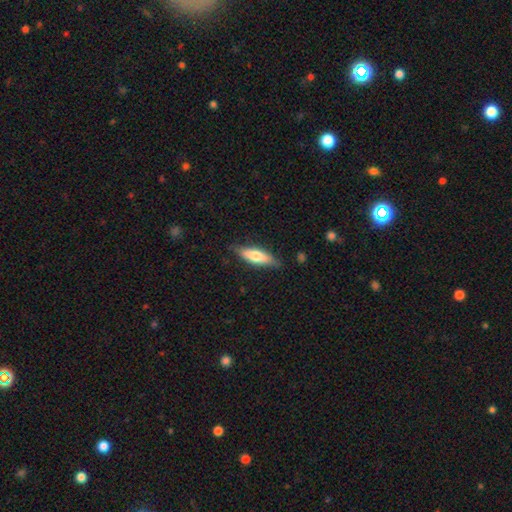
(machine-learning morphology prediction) Smooth or featured? smooth (64%)
How rounded? cigar-shaped (52%)
Merging? none (81%)